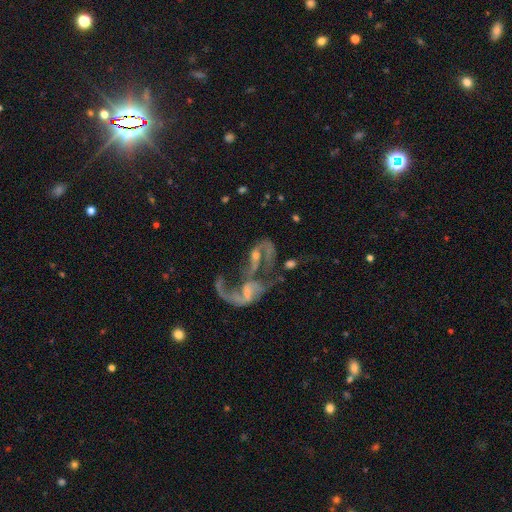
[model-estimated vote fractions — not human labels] smooth-or-featured: featured or disk: 74% | smooth: 15% | star or artifact: 11%
  disk-edge-on: no: 96% | yes: 4%
    bar: no: 54% | weak: 32% | strong: 14%
    has-spiral-arms: yes: 67% | no: 33%
    bulge-size: small: 42% | moderate: 31% | none: 21% | large: 4% | dominant: 2%
  merging: merger: 68% | major disturbance: 17% | none: 9% | minor disturbance: 5%